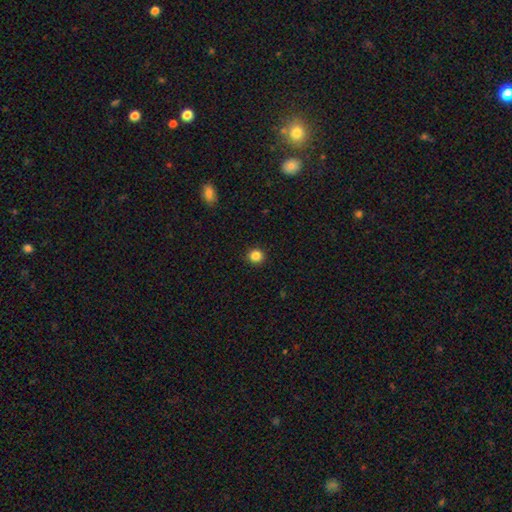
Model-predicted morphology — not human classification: smooth_or_featured: smooth (p=0.85) [alt: star or artifact p=0.12]
how_rounded: round (p=0.92) [alt: in between p=0.07]
merging: none (p=0.92) [alt: minor disturbance p=0.05]